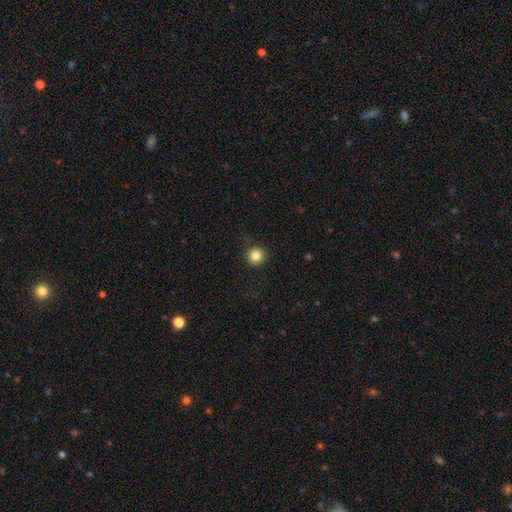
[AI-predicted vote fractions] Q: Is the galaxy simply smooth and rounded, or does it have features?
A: smooth — 84%.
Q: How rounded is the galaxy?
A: round — 93%.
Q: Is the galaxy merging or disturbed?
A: none — 88%.